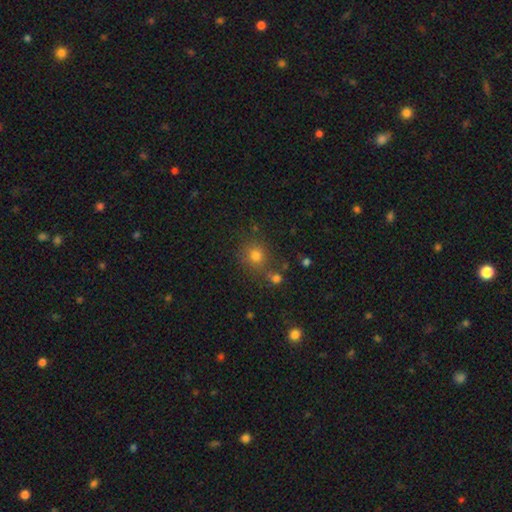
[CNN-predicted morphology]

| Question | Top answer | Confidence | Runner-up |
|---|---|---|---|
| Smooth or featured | smooth | 75% | star or artifact (18%) |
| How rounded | round | 88% | in between (11%) |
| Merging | none | 73% | merger (12%) |